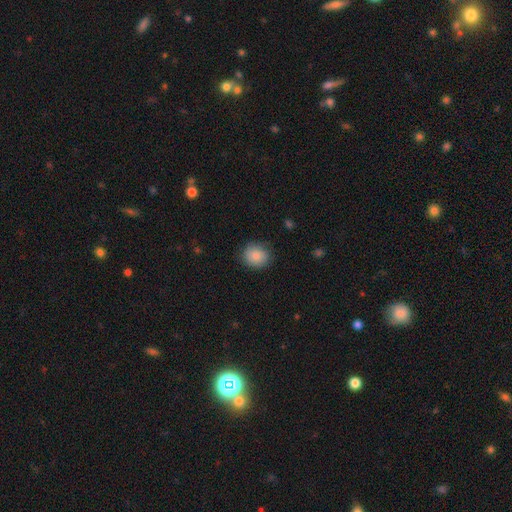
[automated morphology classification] This appears to be a smooth galaxy with no disk features (87%) that is round (77%). Merging: none (81%).